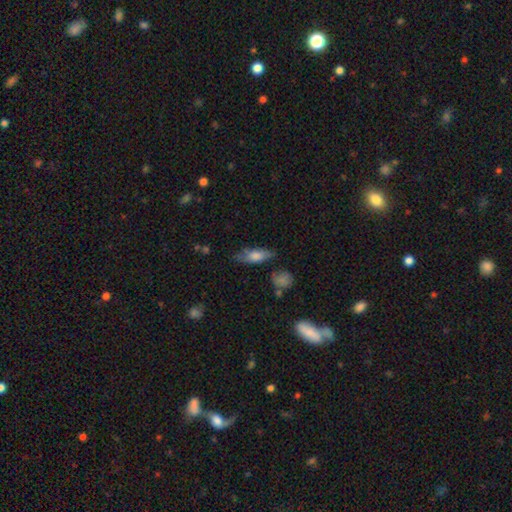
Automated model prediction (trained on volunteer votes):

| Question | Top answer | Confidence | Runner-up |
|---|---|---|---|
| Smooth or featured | smooth | 65% | featured or disk (27%) |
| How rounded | in between | 64% | cigar-shaped (32%) |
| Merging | none | 66% | minor disturbance (23%) |